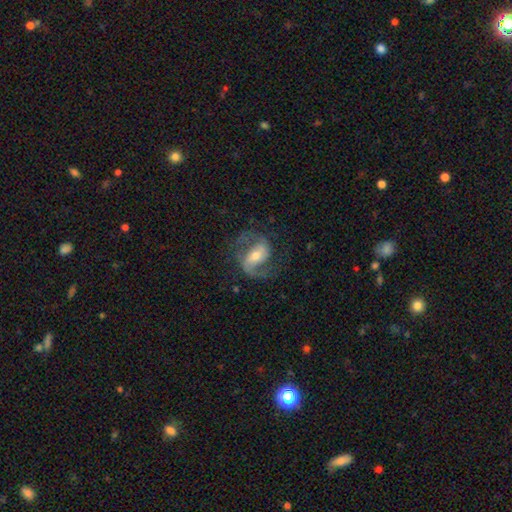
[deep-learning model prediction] This is clearly a featured or disk galaxy (82%). It is clearly not viewed edge-on (97%). Bar: marginally weak (40%). Spiral arm pattern: clearly yes (94%). Spiral arm count: clearly 2 (88%). Spiral winding: possibly medium (54%). Central bulge: possibly moderate (55%). Merging: likely none (69%).